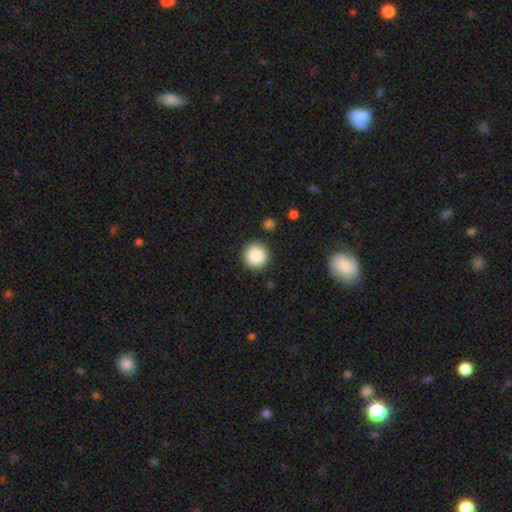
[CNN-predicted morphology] Q: Smooth or featured?
A: smooth (87%); runner-up: star or artifact (8%)
Q: How rounded?
A: round (94%); runner-up: in between (5%)
Q: Merging?
A: none (89%); runner-up: minor disturbance (7%)